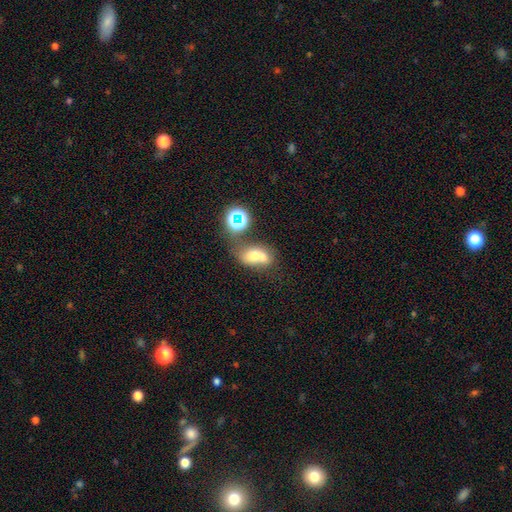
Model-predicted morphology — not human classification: smooth_or_featured: smooth (p=0.59) [alt: featured or disk p=0.24]
how_rounded: in between (p=0.67) [alt: round p=0.30]
merging: merger (p=0.51) [alt: none p=0.28]